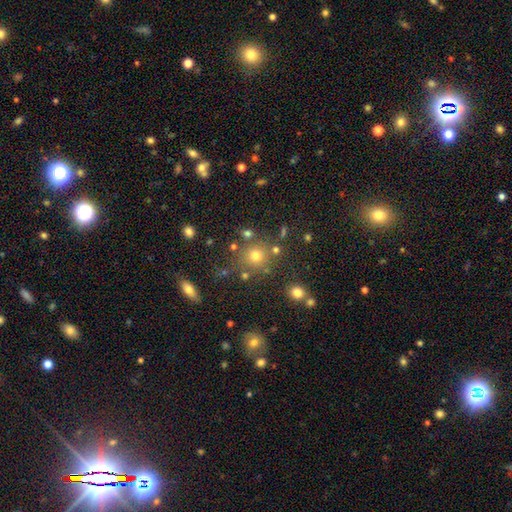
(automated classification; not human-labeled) This is likely a smooth galaxy (71%). How rounded: clearly round (90%). Merging: likely none (75%).